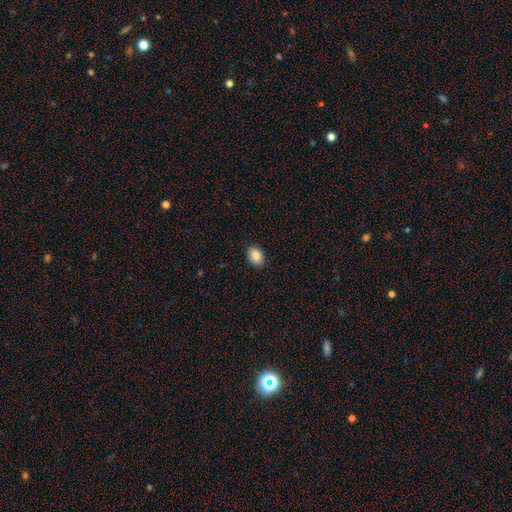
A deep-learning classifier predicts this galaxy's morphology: Smooth or featured? Predicted: smooth (p=0.88). How rounded? Predicted: in between (p=0.71). Merging? Predicted: none (p=0.89).